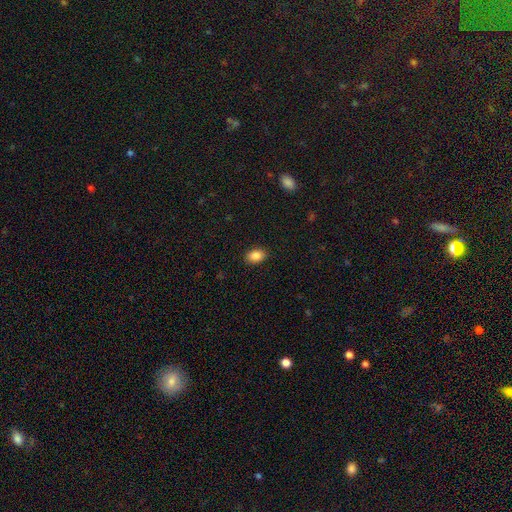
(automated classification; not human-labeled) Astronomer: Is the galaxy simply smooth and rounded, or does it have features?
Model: smooth — 86%.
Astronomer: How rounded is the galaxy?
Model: in between — 81%.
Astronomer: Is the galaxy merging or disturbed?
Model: none — 89%.